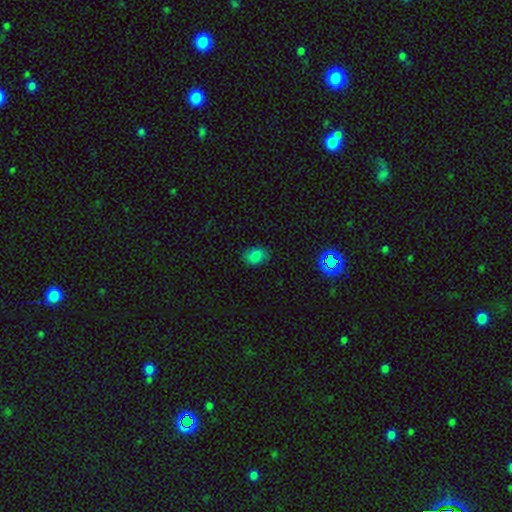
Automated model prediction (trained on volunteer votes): Smooth or featured? Predicted: smooth (p=0.81). How rounded? Predicted: in between (p=0.70). Merging? Predicted: none (p=0.81).